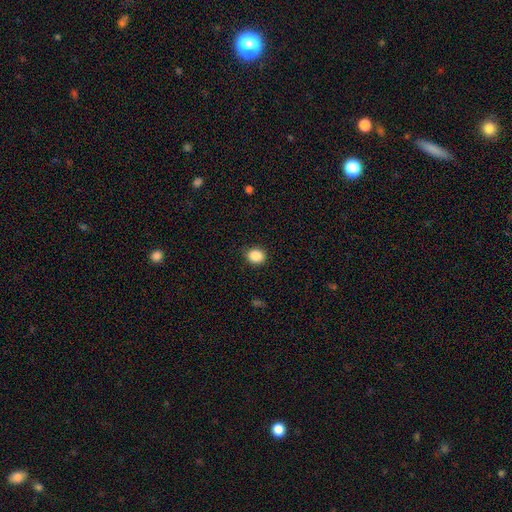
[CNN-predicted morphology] This appears to be a smooth galaxy with no disk features (88%) that is round (65%). Merging: none (88%).